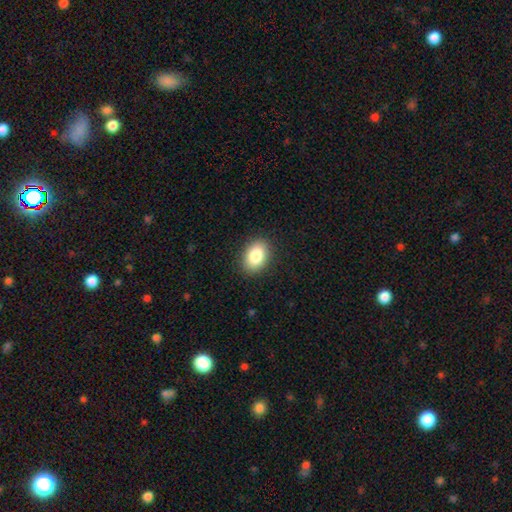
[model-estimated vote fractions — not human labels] smooth 86%, star or artifact 7%, featured or disk 7%. Down the decision tree: how rounded — in between (83%); merging — none (89%).